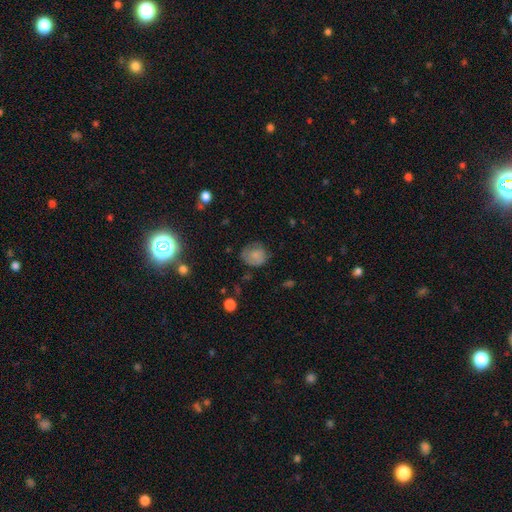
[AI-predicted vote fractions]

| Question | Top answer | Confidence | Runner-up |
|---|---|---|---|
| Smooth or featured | smooth | 74% | featured or disk (17%) |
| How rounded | round | 71% | in between (28%) |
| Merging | none | 62% | minor disturbance (26%) |